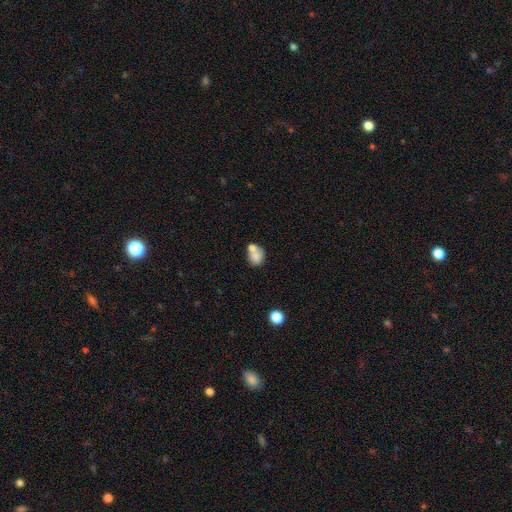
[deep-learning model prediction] This is likely a smooth galaxy (75%). How rounded: possibly round (56%). Merging: marginally merger (42%).